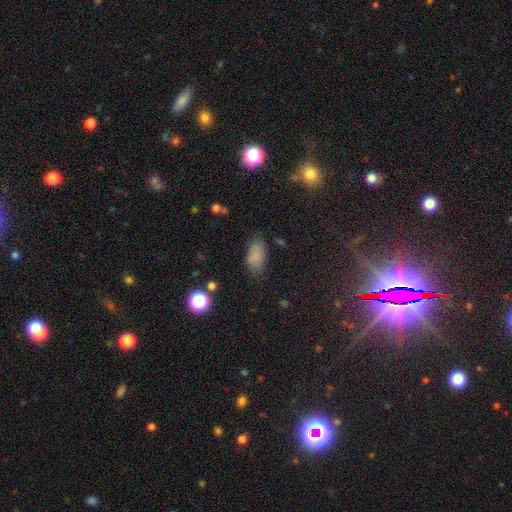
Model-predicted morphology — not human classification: A smooth galaxy with no disk features (80%) that is in between round and cigar-shaped (92%).

Vote fractions:
- Smooth or featured? smooth: 80% / star or artifact: 13% / featured or disk: 7%
- How rounded? in between: 92% / round: 5% / cigar-shaped: 3%
- Merging? none: 71% / minor disturbance: 21% / major disturbance: 6% / merger: 2%